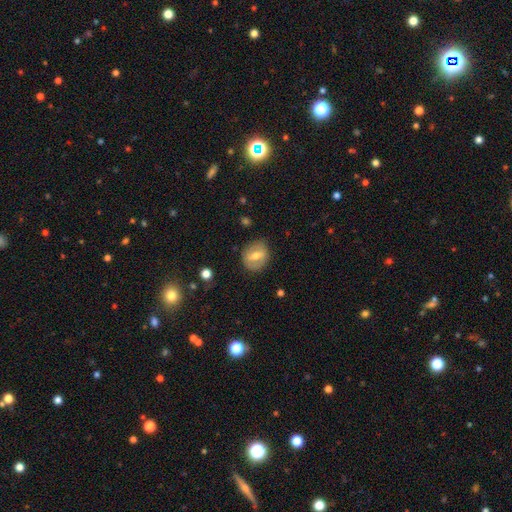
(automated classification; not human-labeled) Morphology: type=smooth (48%); merging=none (80%).